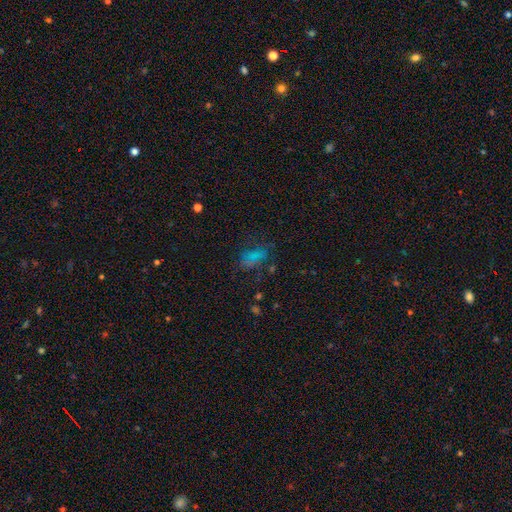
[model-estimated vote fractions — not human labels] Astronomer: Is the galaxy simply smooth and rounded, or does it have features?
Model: smooth — 50% (runner-up: star or artifact, 27%).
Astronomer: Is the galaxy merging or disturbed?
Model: none — 52%.